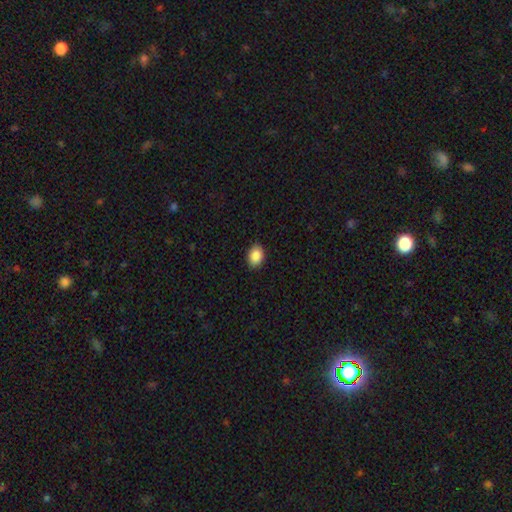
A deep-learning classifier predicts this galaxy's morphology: smooth 88%, star or artifact 8%, featured or disk 4%. Down the decision tree: how rounded — in between (74%); merging — none (88%).